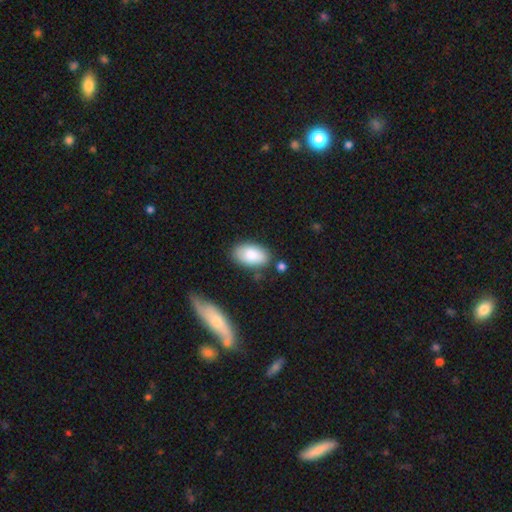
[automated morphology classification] Smooth or featured? Predicted: smooth (p=0.84). How rounded? Predicted: in between (p=0.94). Merging? Predicted: none (p=0.76).